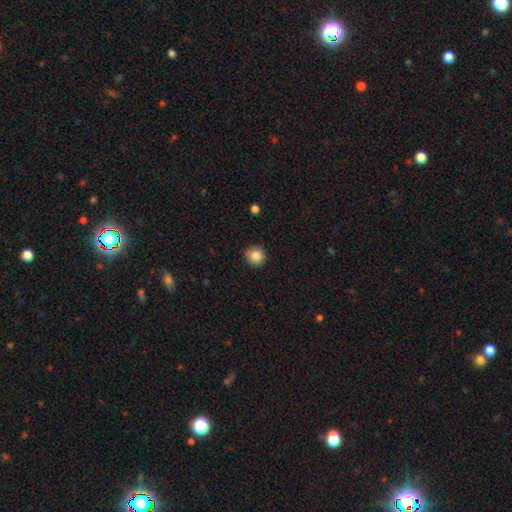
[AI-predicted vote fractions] Q: Smooth or featured?
A: smooth (85%); runner-up: star or artifact (9%)
Q: How rounded?
A: round (95%); runner-up: in between (4%)
Q: Merging?
A: none (88%); runner-up: minor disturbance (9%)